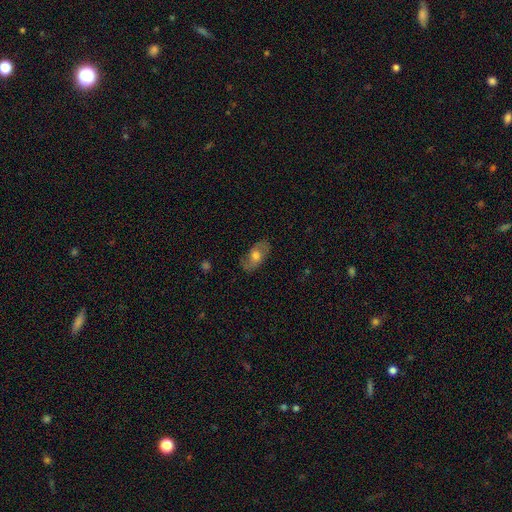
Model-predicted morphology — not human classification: A featured or disk galaxy (48%).

Vote fractions:
- Smooth or featured? featured or disk: 48% / smooth: 45% / star or artifact: 8%
- Merging? none: 77% / minor disturbance: 17% / major disturbance: 5% / merger: 1%